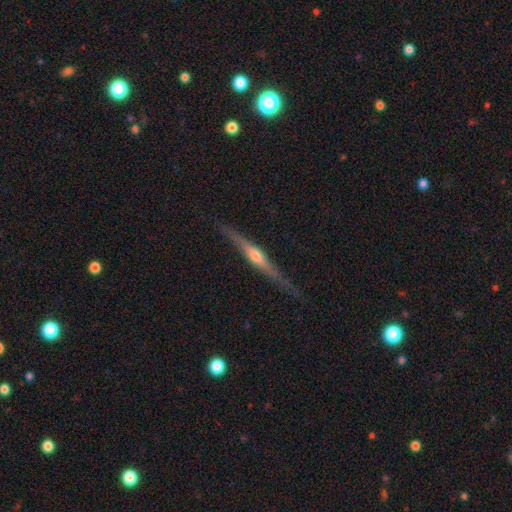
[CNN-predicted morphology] featured or disk 74%, smooth 20%, star or artifact 5%. Down the decision tree: edge-on disk — yes (97%); edge-on bulge — rounded (81%); merging — none (83%).